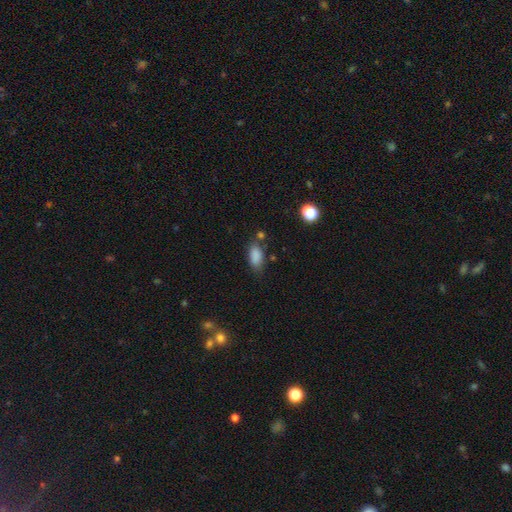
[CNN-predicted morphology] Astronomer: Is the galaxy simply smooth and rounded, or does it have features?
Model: smooth — 86%.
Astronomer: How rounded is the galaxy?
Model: in between — 88%.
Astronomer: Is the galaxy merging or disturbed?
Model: none — 66%.